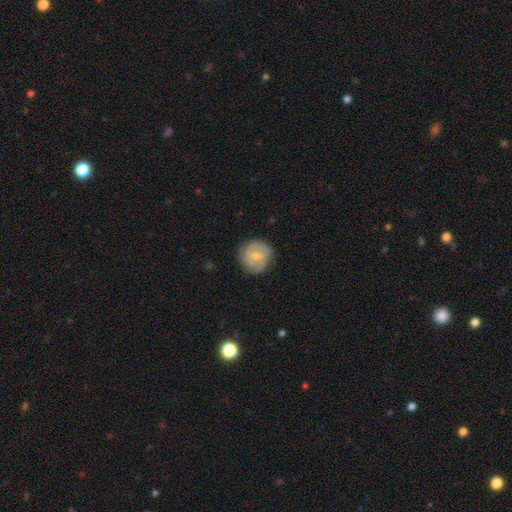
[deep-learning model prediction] The model was most divided on "bulge size": moderate: 48%, small: 47%, none: 3%, large: 2%, dominant: 1%. Remaining: edge-on disk — no (97%); spiral arms — yes (84%); merging — none (78%); smooth or featured — featured or disk (59%); bar — weak (47%).